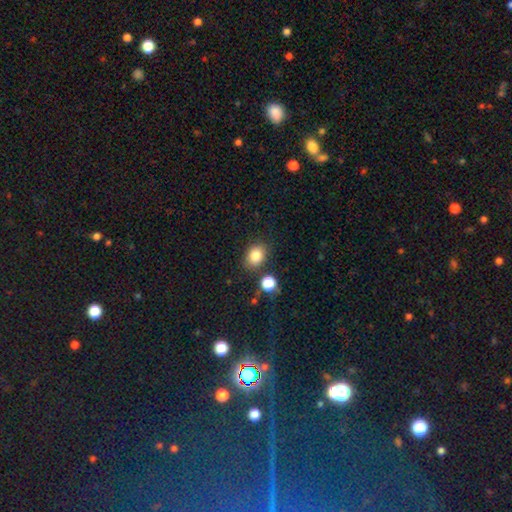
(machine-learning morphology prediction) This is clearly a smooth galaxy (84%). How rounded: possibly in between (57%). Merging: likely none (77%).